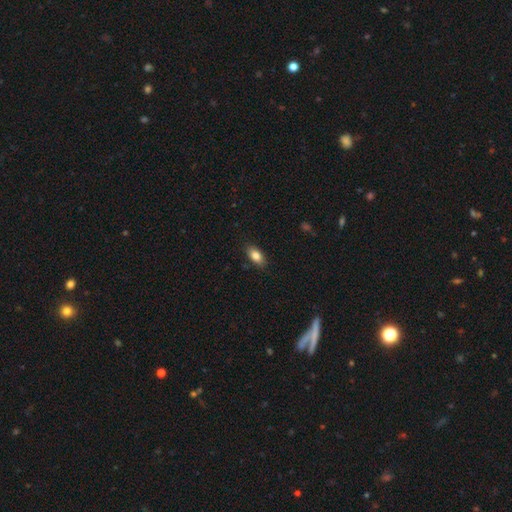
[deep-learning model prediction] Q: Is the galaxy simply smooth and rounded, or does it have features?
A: smooth — 83%.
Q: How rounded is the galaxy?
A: in between — 89%.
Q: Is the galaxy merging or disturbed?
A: none — 86%.